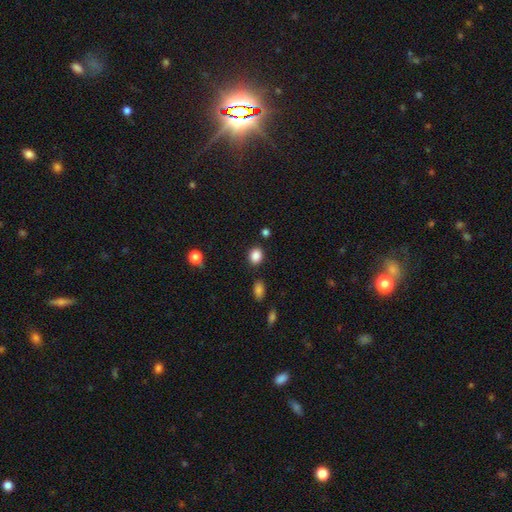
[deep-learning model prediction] Smooth or featured? Predicted: smooth (p=0.87). How rounded? Predicted: round (p=0.55). Merging? Predicted: none (p=0.83).